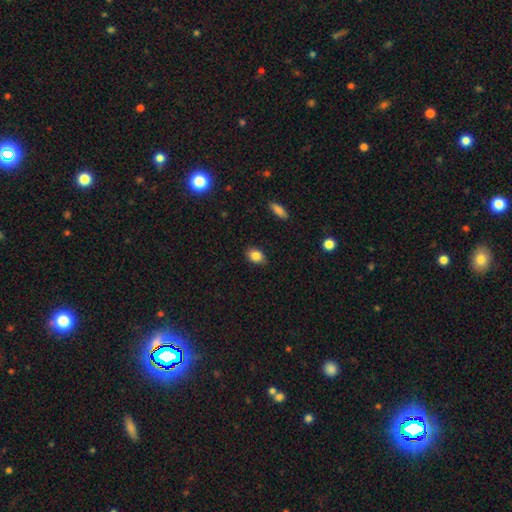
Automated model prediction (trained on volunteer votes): The model was most divided on "how rounded": in between: 76%, round: 23%, cigar-shaped: 2%. More confident: merging — none (86%); smooth or featured — smooth (84%).